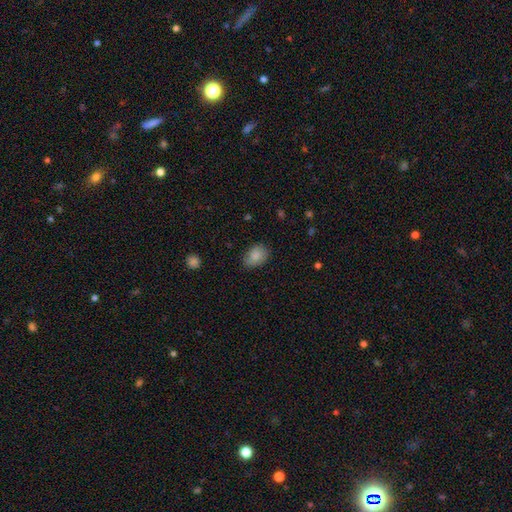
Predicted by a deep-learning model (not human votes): The model was most divided on "how rounded": in between: 70%, round: 29%, cigar-shaped: 1%. More confident: smooth or featured — smooth (80%); merging — none (71%).